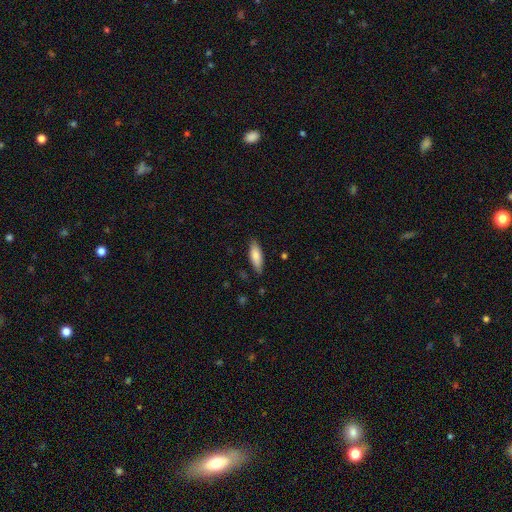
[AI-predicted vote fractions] smooth-or-featured: smooth: 81% | featured or disk: 13% | star or artifact: 6%
  how-rounded: in between: 61% | cigar-shaped: 38% | round: 2%
  merging: none: 84% | minor disturbance: 13% | major disturbance: 2% | merger: 1%